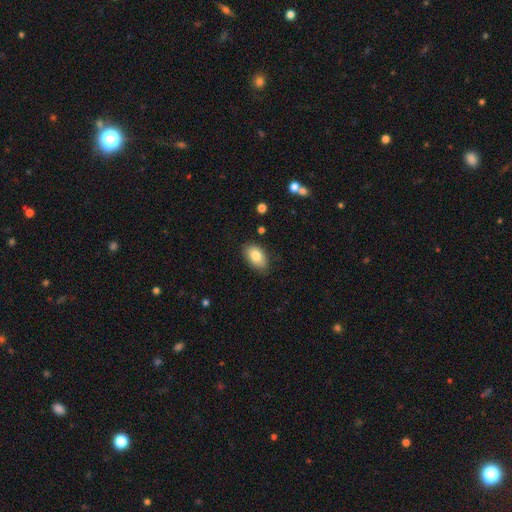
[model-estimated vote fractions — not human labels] Smooth or featured: smooth — 82% (featured or disk — 11%)
How rounded: in between — 92% (round — 7%)
Merging: none — 81% (minor disturbance — 15%)